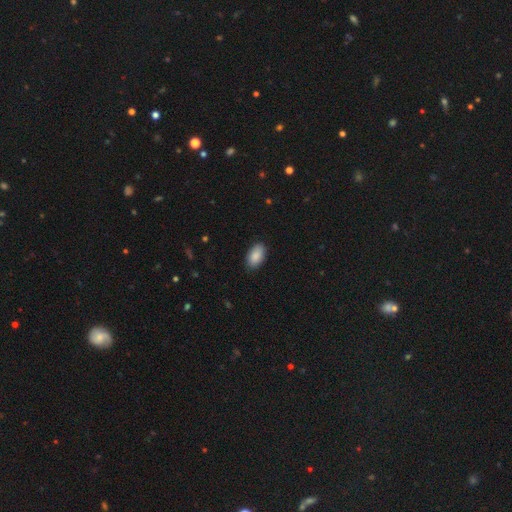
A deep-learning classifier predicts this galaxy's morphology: A smooth galaxy with no disk features (89%) that is in between round and cigar-shaped (95%). Merging: none (86%).